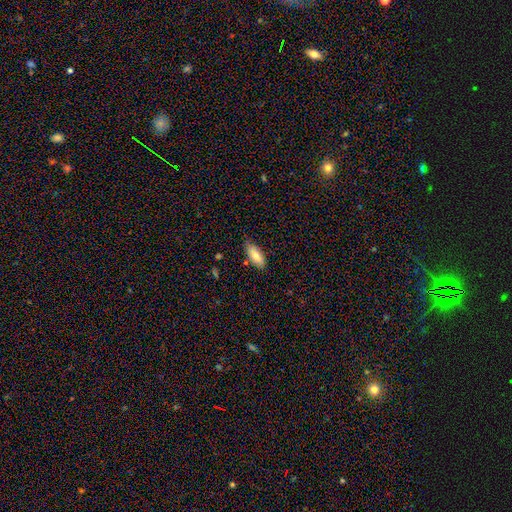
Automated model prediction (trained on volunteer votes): The model was most divided on "smooth or featured": smooth: 77%, featured or disk: 16%, star or artifact: 7%. More confident: how rounded — in between (82%); merging — none (80%).